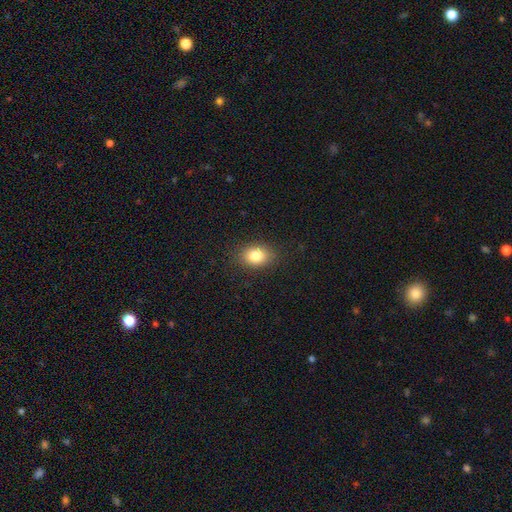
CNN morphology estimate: smooth-or-featured: smooth: 82% | star or artifact: 10% | featured or disk: 8%
  how-rounded: in between: 65% | round: 34% | cigar-shaped: 1%
  merging: none: 87% | minor disturbance: 10% | major disturbance: 3% | merger: 1%